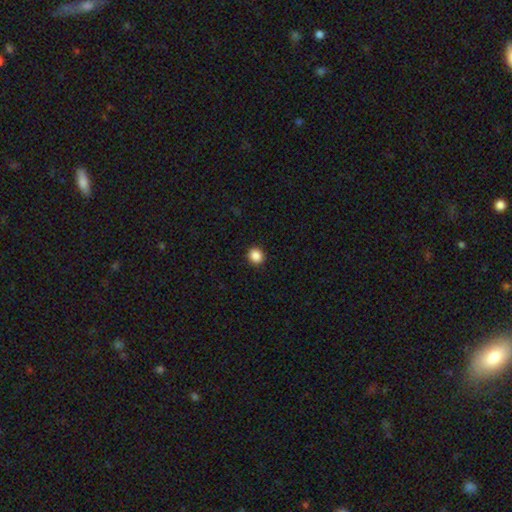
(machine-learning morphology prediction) smooth-or-featured: smooth: 87% | star or artifact: 10% | featured or disk: 3%
  how-rounded: round: 83% | in between: 16% | cigar-shaped: 1%
  merging: none: 92% | minor disturbance: 5% | major disturbance: 2% | merger: 1%